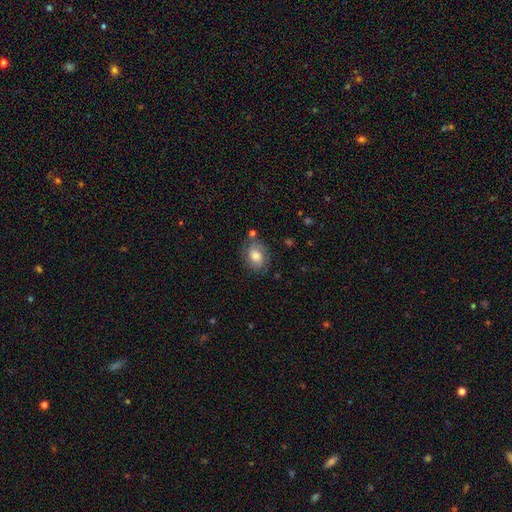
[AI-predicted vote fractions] Q: Smooth or featured?
A: smooth (62%); runner-up: featured or disk (29%)
Q: How rounded?
A: in between (66%); runner-up: round (33%)
Q: Merging?
A: none (66%); runner-up: minor disturbance (21%)